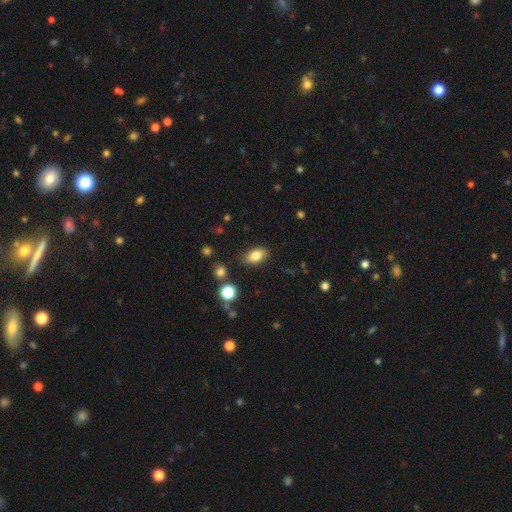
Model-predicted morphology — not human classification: smooth_or_featured: smooth (p=0.82) [alt: featured or disk p=0.09]
how_rounded: in between (p=0.88) [alt: round p=0.09]
merging: none (p=0.84) [alt: minor disturbance p=0.11]